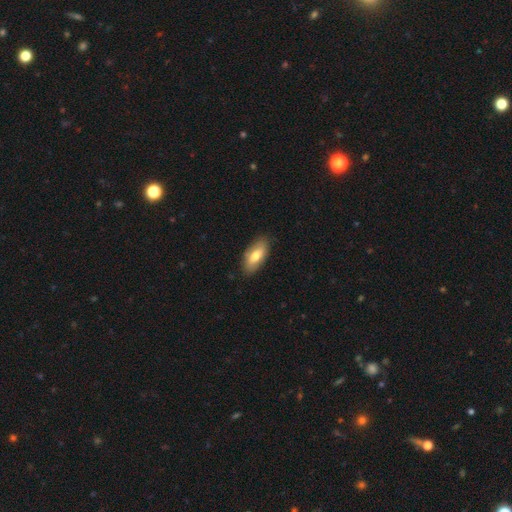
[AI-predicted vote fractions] This appears to be a smooth galaxy with no disk features (71%) that is in between round and cigar-shaped (88%). Merging: none (84%).